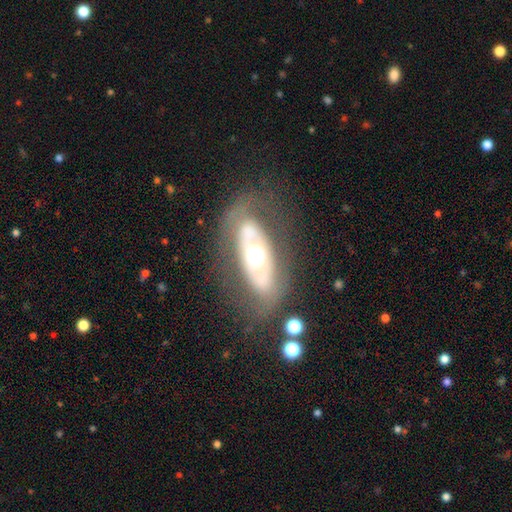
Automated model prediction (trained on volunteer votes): Smooth or featured? Predicted: featured or disk (p=0.67). Edge-on disk? Predicted: no (p=0.85). Bar? Predicted: no (p=0.79). Spiral arms? Predicted: no (p=0.73). Bulge size? Predicted: moderate (p=0.52). Merging? Predicted: none (p=0.69).